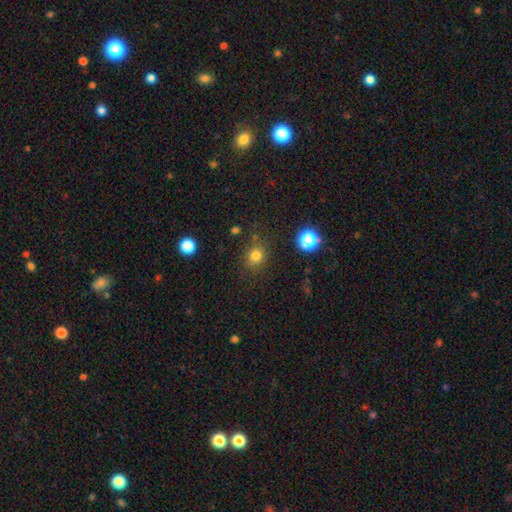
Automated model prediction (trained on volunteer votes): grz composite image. It shows a smooth galaxy with no disk features (77%) that is round (77%). Merging: none (78%).